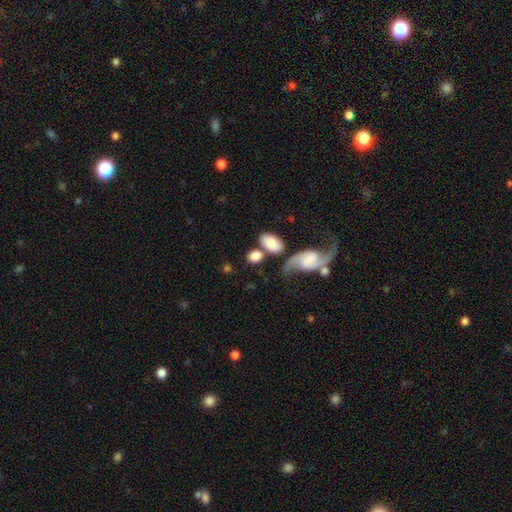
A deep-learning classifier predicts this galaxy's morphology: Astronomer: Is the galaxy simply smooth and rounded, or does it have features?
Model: smooth — 79%.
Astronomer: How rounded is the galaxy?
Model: in between — 73%.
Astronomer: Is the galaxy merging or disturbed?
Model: none — 47% (runner-up: merger, 29%).